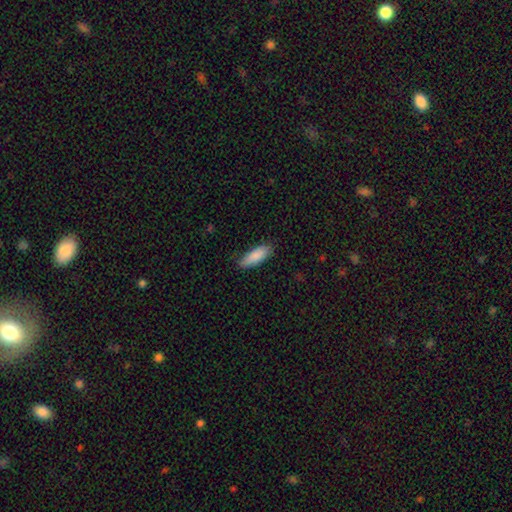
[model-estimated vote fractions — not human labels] A smooth galaxy with no disk features (88%) that is in between round and cigar-shaped (62%). Merging: none (82%).